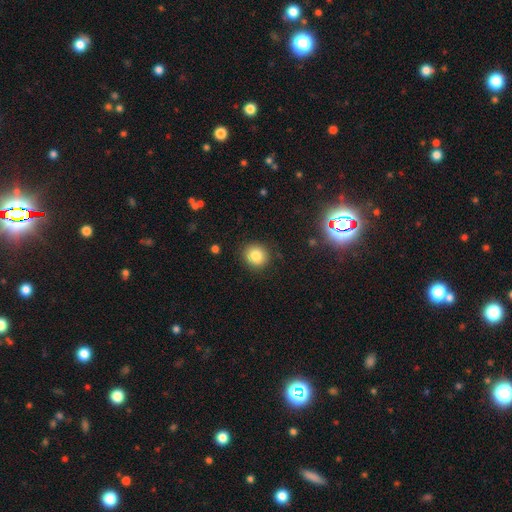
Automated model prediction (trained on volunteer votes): This is clearly a smooth galaxy (83%). How rounded: clearly round (83%). Merging: clearly none (87%).